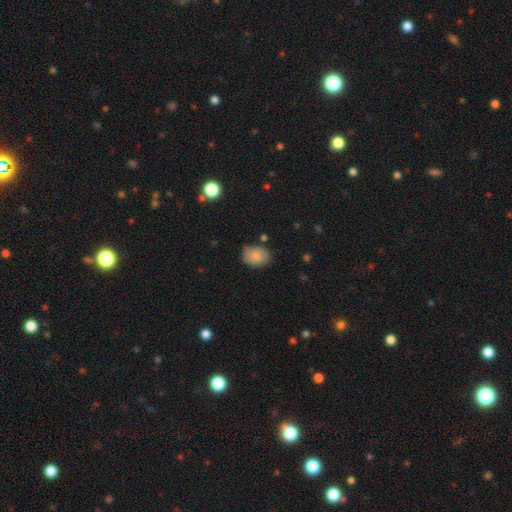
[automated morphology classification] Smooth or featured?
  - smooth: 83% *
  - featured or disk: 9%
  - star or artifact: 8%
How rounded?
  - in between: 61% *
  - round: 38%
  - cigar-shaped: 1%
Merging?
  - none: 70% *
  - minor disturbance: 23%
  - major disturbance: 4%
  - merger: 3%